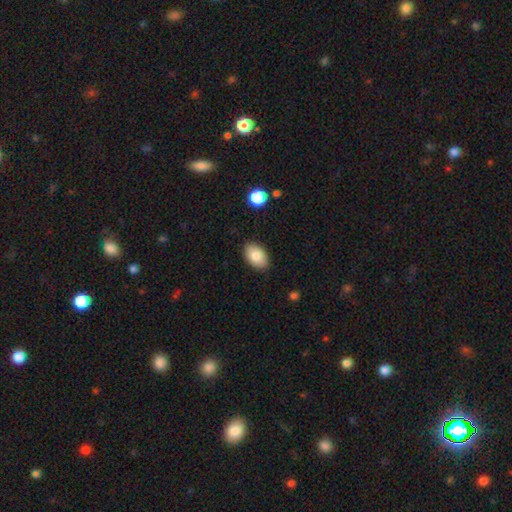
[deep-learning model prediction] Smooth or featured? Predicted: smooth (p=0.85). How rounded? Predicted: in between (p=0.91). Merging? Predicted: none (p=0.86).